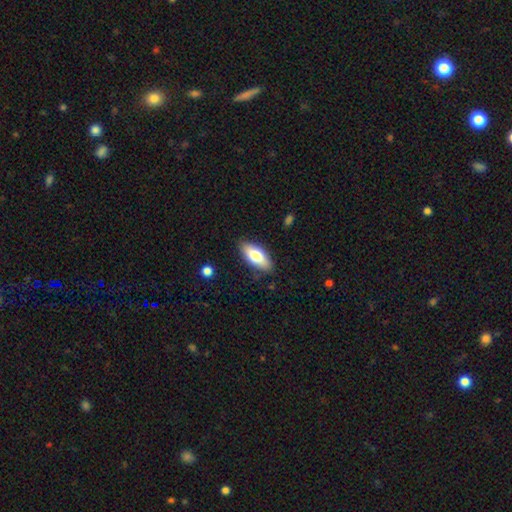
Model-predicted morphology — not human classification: smooth-or-featured: smooth: 73% | featured or disk: 21% | star or artifact: 6%
  how-rounded: in between: 84% | cigar-shaped: 13% | round: 2%
  merging: none: 86% | minor disturbance: 11% | major disturbance: 2% | merger: 1%